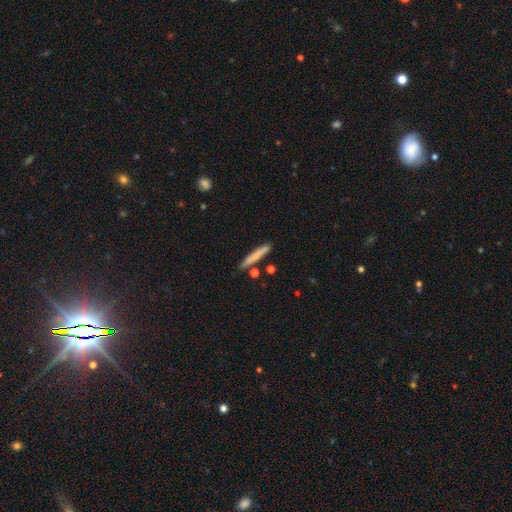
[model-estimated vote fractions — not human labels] Q: Smooth or featured?
A: smooth (71%); runner-up: featured or disk (22%)
Q: How rounded?
A: cigar-shaped (94%); runner-up: in between (4%)
Q: Merging?
A: none (81%); runner-up: minor disturbance (11%)